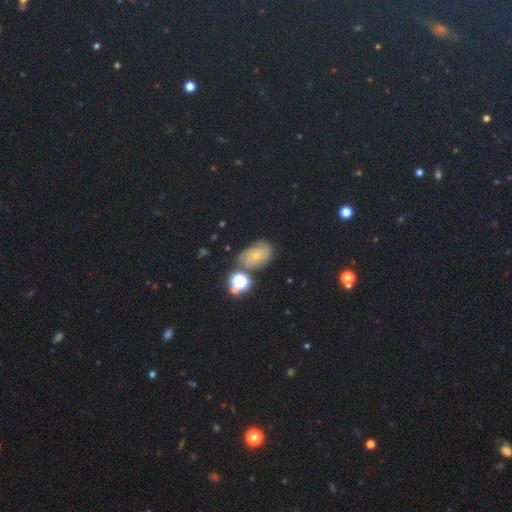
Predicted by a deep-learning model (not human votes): featured or disk 44%, star or artifact 28%, smooth 28%. Down the decision tree: merging — none (65%).